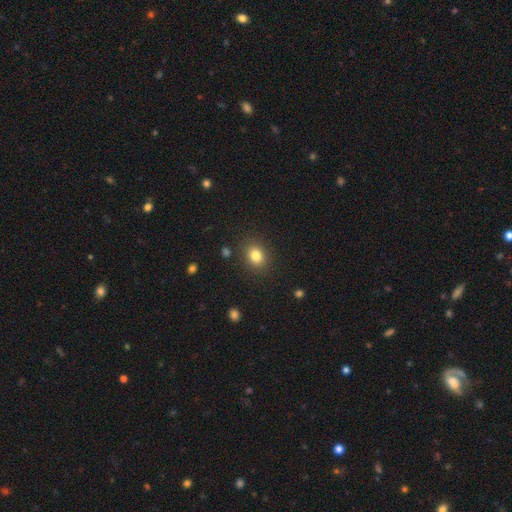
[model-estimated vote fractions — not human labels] Smooth or featured: smooth — 82% (star or artifact — 11%)
How rounded: round — 51% (in between — 48%)
Merging: none — 87% (minor disturbance — 9%)